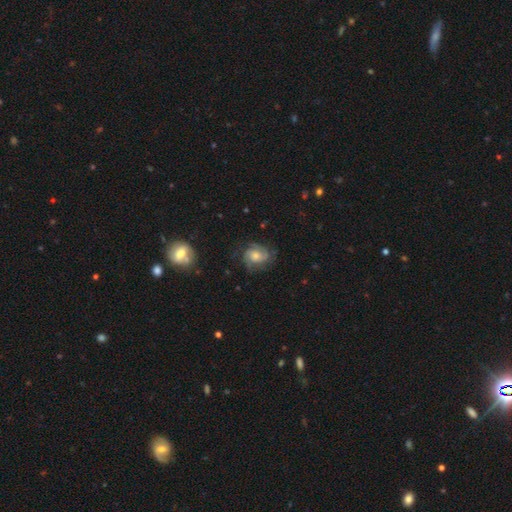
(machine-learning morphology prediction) This is likely a featured or disk galaxy (72%). It is clearly not viewed edge-on (98%). Bar: likely no (67%). Spiral arm pattern: clearly yes (94%). Spiral arm count: possibly 2 (51%). Spiral winding: marginally medium (43%, tied with tight). Central bulge: possibly moderate (56%). Merging: likely none (69%).